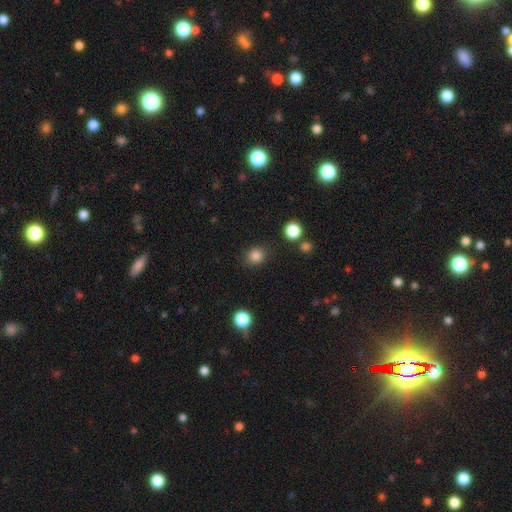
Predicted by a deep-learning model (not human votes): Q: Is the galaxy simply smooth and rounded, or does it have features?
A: smooth — 84%.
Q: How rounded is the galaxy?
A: round — 79%.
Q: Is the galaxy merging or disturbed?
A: none — 86%.